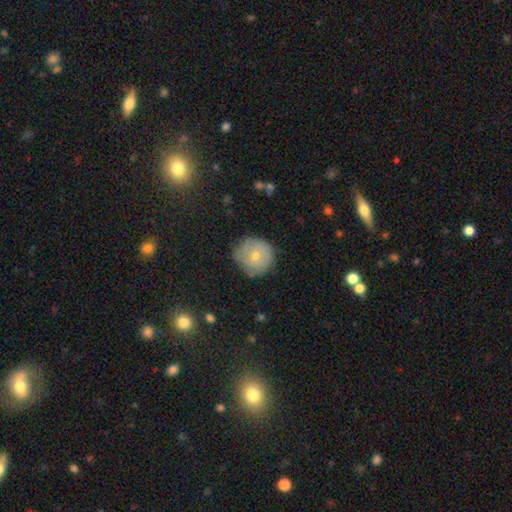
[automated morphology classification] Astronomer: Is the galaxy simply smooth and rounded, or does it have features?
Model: smooth — 66%.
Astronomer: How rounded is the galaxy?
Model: round — 92%.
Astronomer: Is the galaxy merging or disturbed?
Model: none — 70%.